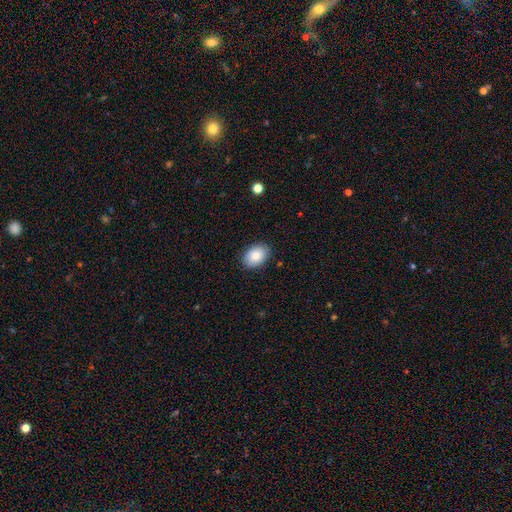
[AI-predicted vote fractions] Morphology: type=smooth (86%); roundness=in between (81%); merging=none (87%).